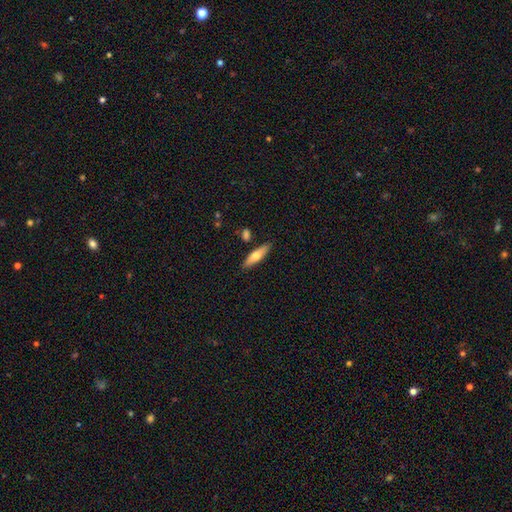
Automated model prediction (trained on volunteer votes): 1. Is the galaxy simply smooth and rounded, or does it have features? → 57% smooth, 37% featured or disk, 6% star or artifact.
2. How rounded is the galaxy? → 64% cigar-shaped, 34% in between, 2% round.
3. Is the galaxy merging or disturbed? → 85% none, 9% minor disturbance, 4% merger, 2% major disturbance.